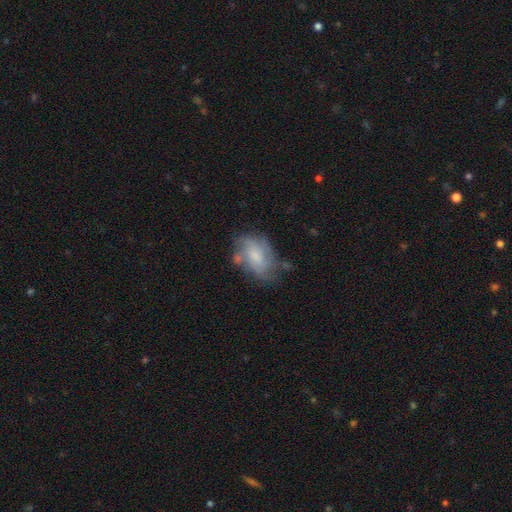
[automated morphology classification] Smooth or featured? featured or disk (52%)
Edge-on disk? no (96%)
Bar? no (63%)
Spiral arms? yes (66%)
Bulge size? moderate (40%)
Merging? none (50%)